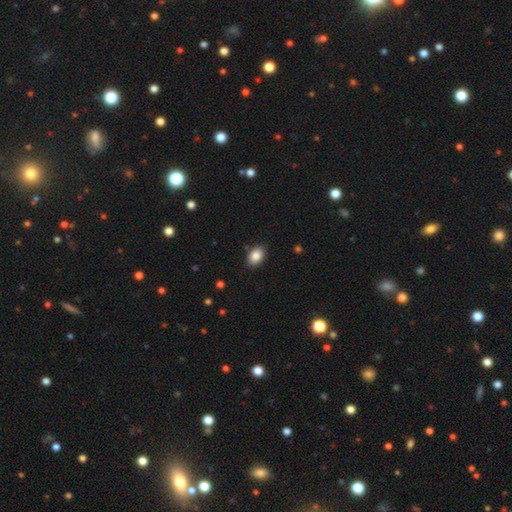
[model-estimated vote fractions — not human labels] Smooth or featured?
  - smooth: 86% *
  - star or artifact: 8%
  - featured or disk: 6%
How rounded?
  - in between: 81% *
  - round: 18%
  - cigar-shaped: 1%
Merging?
  - none: 87% *
  - minor disturbance: 10%
  - major disturbance: 2%
  - merger: 1%